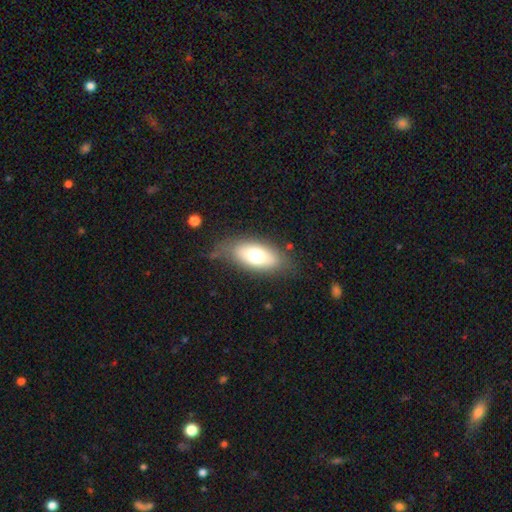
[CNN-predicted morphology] Q: Smooth or featured?
A: smooth (68%); runner-up: featured or disk (24%)
Q: How rounded?
A: in between (86%); runner-up: cigar-shaped (9%)
Q: Merging?
A: none (73%); runner-up: minor disturbance (18%)